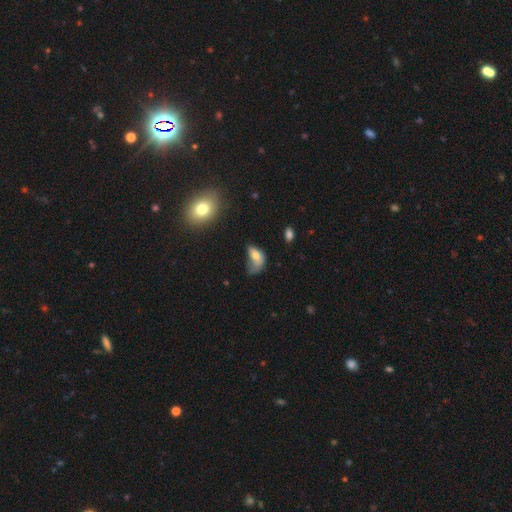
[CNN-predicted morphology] A smooth galaxy with no disk features (66%) that is in between round and cigar-shaped (84%). Merging: major disturbance (47%).